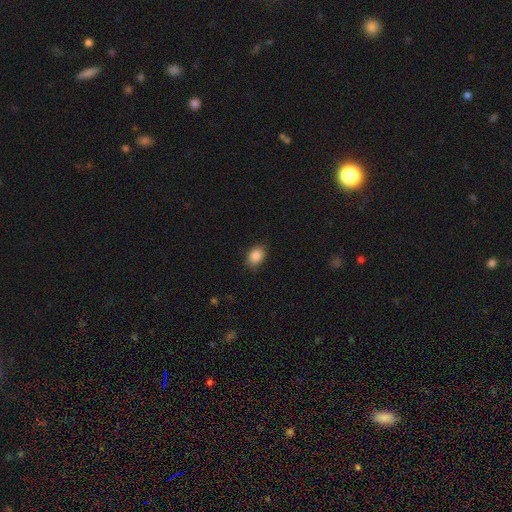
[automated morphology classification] type=smooth (88%); roundness=in between (74%); merging=none (83%).